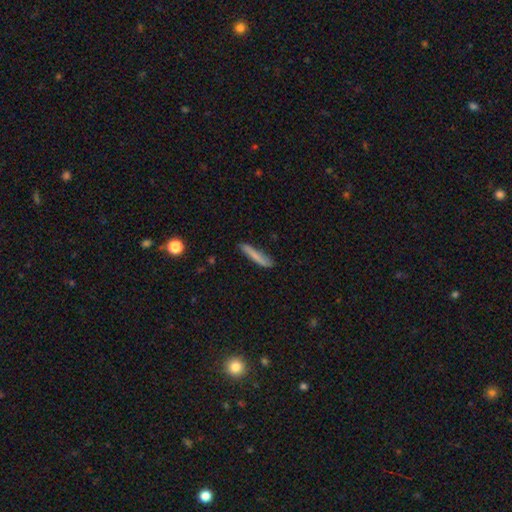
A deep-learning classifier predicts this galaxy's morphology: smooth-or-featured: smooth: 74% | featured or disk: 19% | star or artifact: 6%
  how-rounded: cigar-shaped: 92% | in between: 7% | round: 2%
  merging: none: 80% | minor disturbance: 15% | major disturbance: 3% | merger: 2%